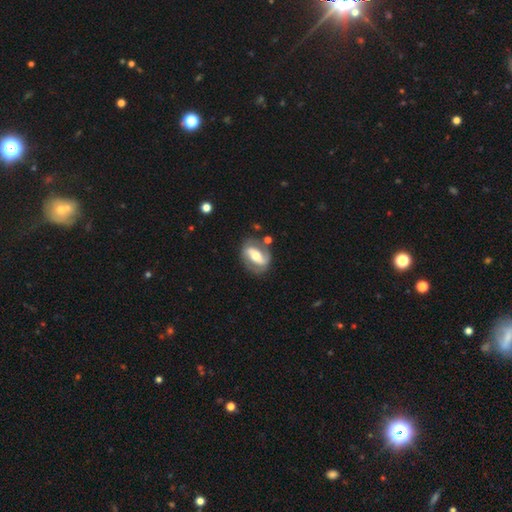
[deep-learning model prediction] A featured or disk galaxy (75%) with a strong bar (57%), 2 (85%) medium (40%) spiral arms (79%) and a moderate central bulge (66%).

Vote fractions:
- Smooth or featured? featured or disk: 75% / smooth: 20% / star or artifact: 5%
- Edge-on disk? no: 93% / yes: 7%
- Bar? strong: 57% / weak: 25% / no: 19%
- Spiral arms? yes: 79% / no: 21%
- Spiral winding? medium: 40% / loose: 31% / tight: 29%
- Spiral arm count? 2: 85% / can't tell: 7% / 1: 5% / 3: 1% / 4: 1% / more than 4: 1%
- Bulge size? moderate: 66% / small: 21% / large: 10% / dominant: 2% / none: 1%
- Merging? none: 73% / minor disturbance: 16% / major disturbance: 7% / merger: 5%